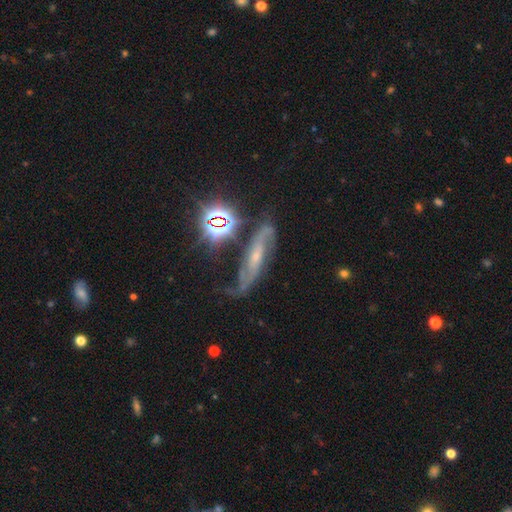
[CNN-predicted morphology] This appears to be a featured or disk galaxy (71%) with a weak bar (35%), 2 (83%) medium (42%) spiral arms (94%) and a small central bulge (64%). Merging: none (58%).